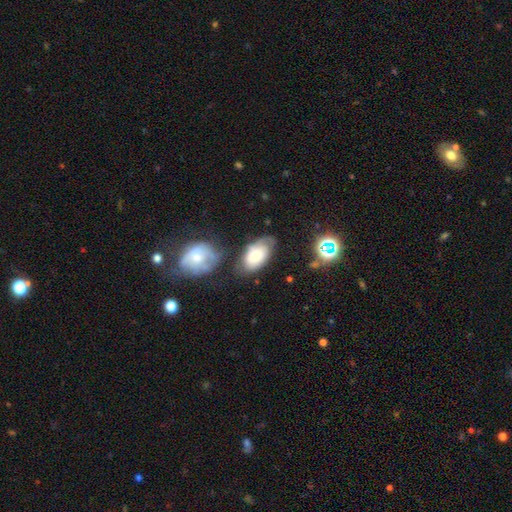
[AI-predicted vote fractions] This appears to be a smooth galaxy with no disk features (54%) that is in between round and cigar-shaped (91%). Merging: none (54%).